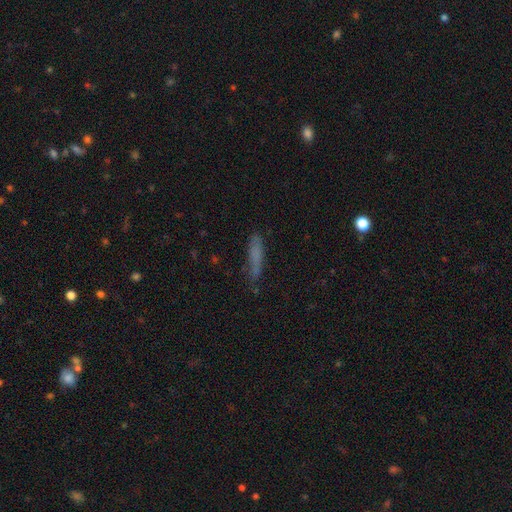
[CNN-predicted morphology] This is likely a smooth galaxy (67%). How rounded: clearly cigar-shaped (86%). Merging: likely none (70%).